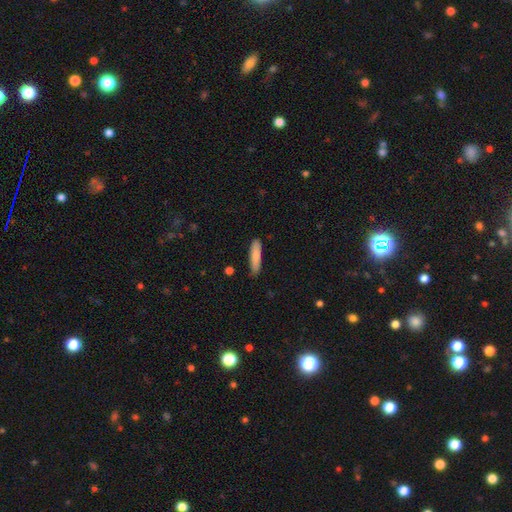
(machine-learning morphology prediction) smooth 82%, featured or disk 12%, star or artifact 6%. Down the decision tree: how rounded — cigar-shaped (76%); merging — none (84%).